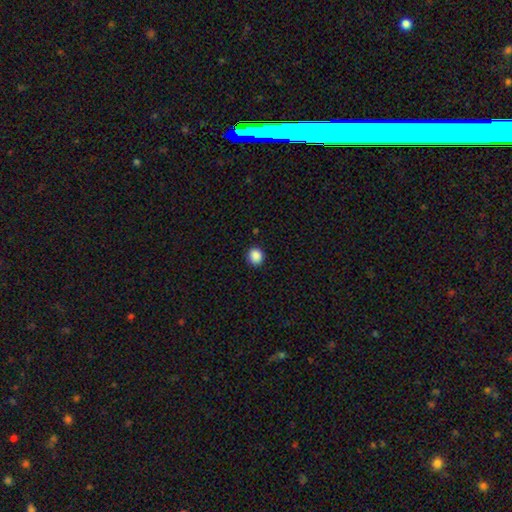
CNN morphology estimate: smooth 88%, star or artifact 9%, featured or disk 2%. Down the decision tree: how rounded — round (83%); merging — none (91%).